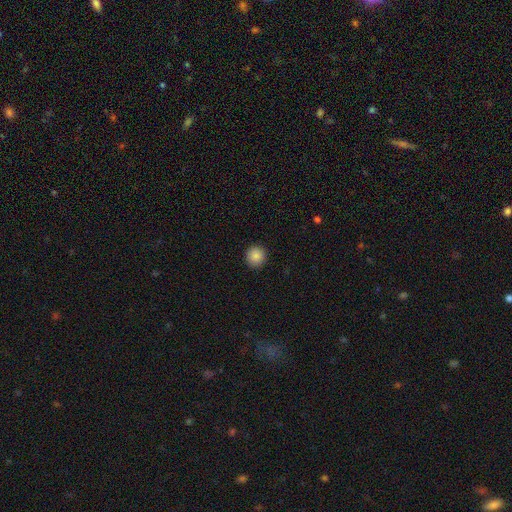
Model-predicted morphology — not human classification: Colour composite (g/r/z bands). It shows a smooth galaxy with no disk features (87%) that is round (94%). Merging: none (92%).